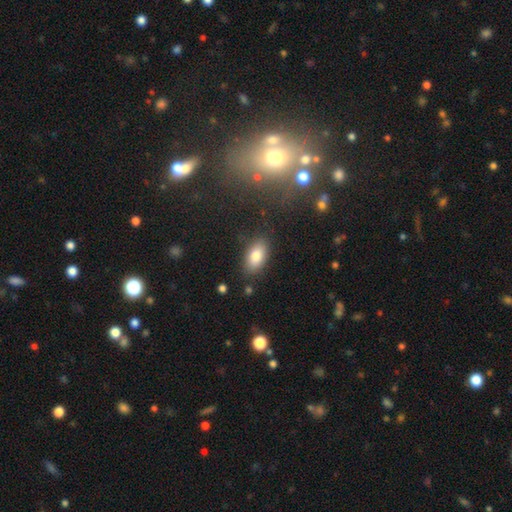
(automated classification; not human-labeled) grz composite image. It shows a smooth galaxy with no disk features (82%) that is in between round and cigar-shaped (92%). Merging: none (84%).